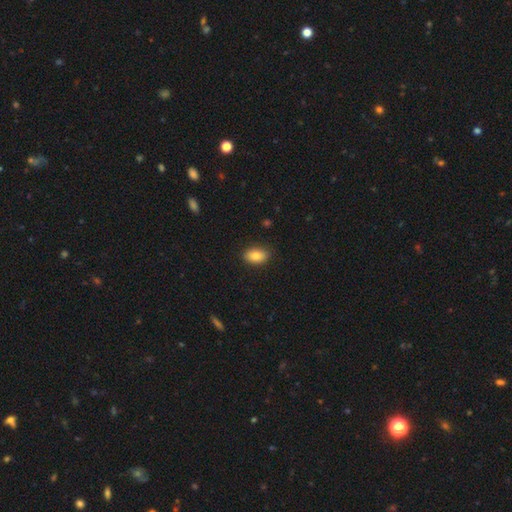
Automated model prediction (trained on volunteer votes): smooth-or-featured: smooth: 83% | featured or disk: 9% | star or artifact: 8%
  how-rounded: in between: 89% | round: 9% | cigar-shaped: 2%
  merging: none: 87% | minor disturbance: 10% | major disturbance: 2% | merger: 1%